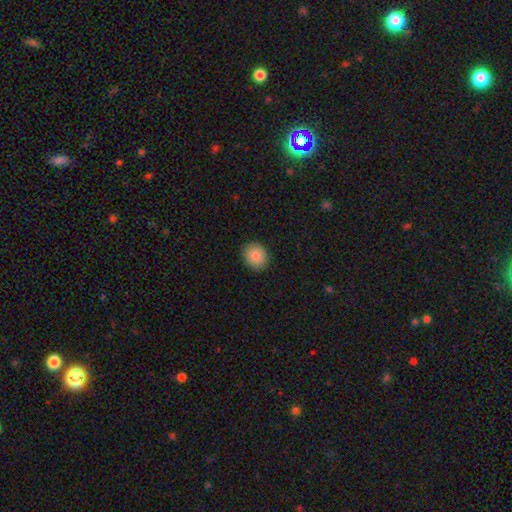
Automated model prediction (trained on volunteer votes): A smooth galaxy with no disk features (87%) that is round (65%).

Vote fractions:
- Smooth or featured? smooth: 87% / star or artifact: 8% / featured or disk: 5%
- How rounded? round: 65% / in between: 34% / cigar-shaped: 1%
- Merging? none: 90% / minor disturbance: 7% / major disturbance: 2% / merger: 1%